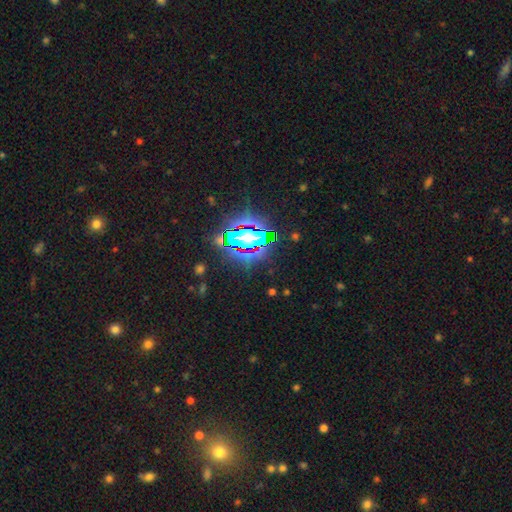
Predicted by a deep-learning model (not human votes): smooth-or-featured: star or artifact: 82% | smooth: 10% | featured or disk: 8%